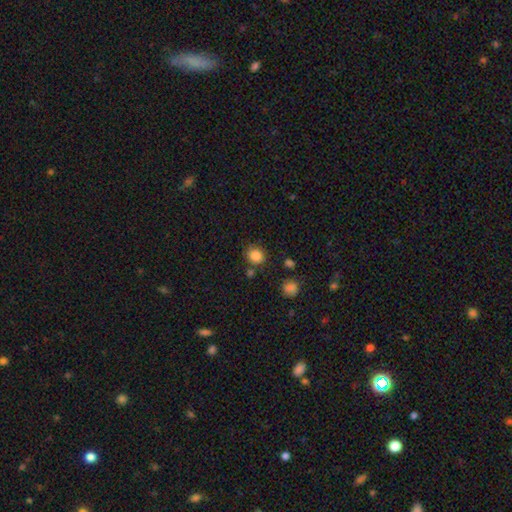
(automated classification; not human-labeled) A smooth galaxy with no disk features (85%) that is round (77%).

Vote fractions:
- Smooth or featured? smooth: 85% / star or artifact: 10% / featured or disk: 4%
- How rounded? round: 77% / in between: 22% / cigar-shaped: 1%
- Merging? none: 78% / minor disturbance: 12% / merger: 6% / major disturbance: 4%